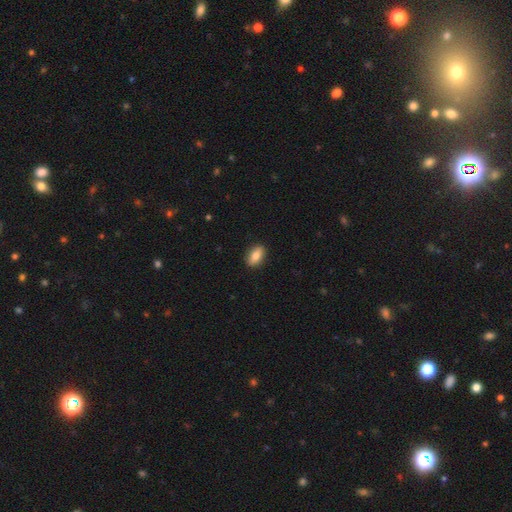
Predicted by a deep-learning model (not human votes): A smooth galaxy with no disk features (81%) that is in between round and cigar-shaped (87%).

Vote fractions:
- Smooth or featured? smooth: 81% / featured or disk: 12% / star or artifact: 7%
- How rounded? in between: 87% / round: 7% / cigar-shaped: 6%
- Merging? none: 89% / minor disturbance: 8% / major disturbance: 2% / merger: 1%